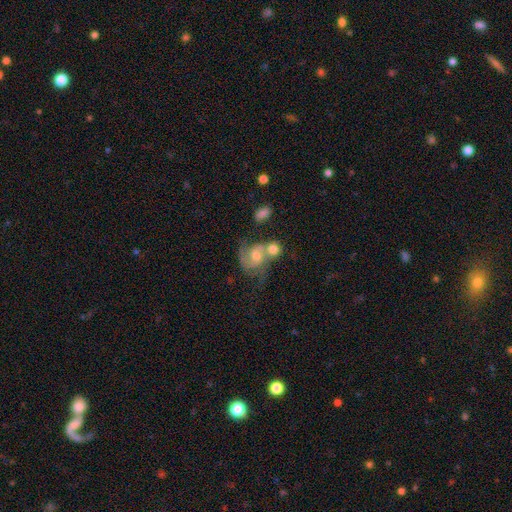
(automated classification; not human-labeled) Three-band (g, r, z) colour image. It shows a featured or disk galaxy (64%) with no bar (60%), 2 (80%) medium (51%) spiral arms (88%) and a moderate central bulge (59%). Merging: merger (50%).